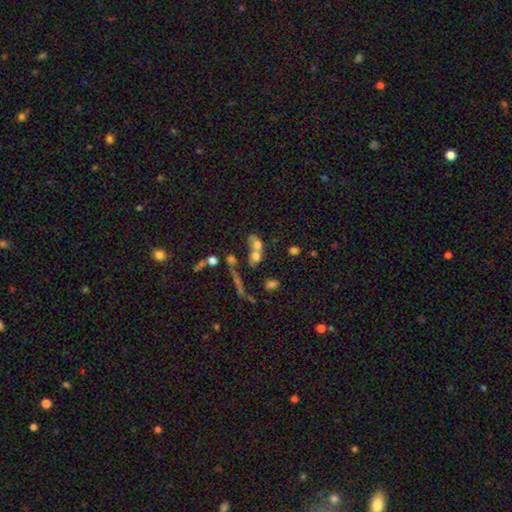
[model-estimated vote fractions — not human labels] The model was most divided on "how rounded": in between: 53%, round: 40%, cigar-shaped: 7%. More confident: merging — merger (66%); smooth or featured — smooth (60%).